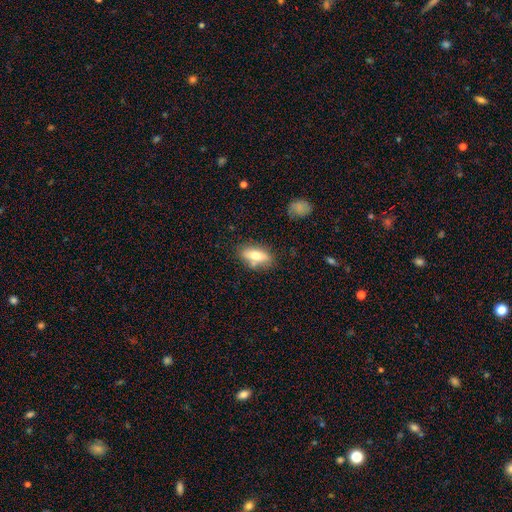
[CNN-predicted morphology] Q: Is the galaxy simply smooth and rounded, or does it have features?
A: smooth — 67%.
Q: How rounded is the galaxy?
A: in between — 74%.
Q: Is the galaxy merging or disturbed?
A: none — 74%.